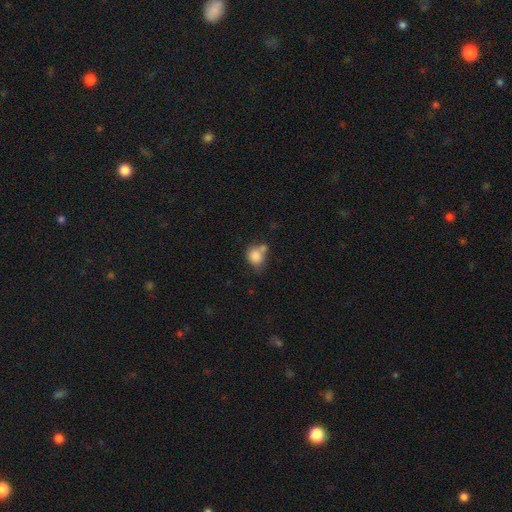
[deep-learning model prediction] Morphology: type=smooth (81%); roundness=round (62%); merging=none (36%).